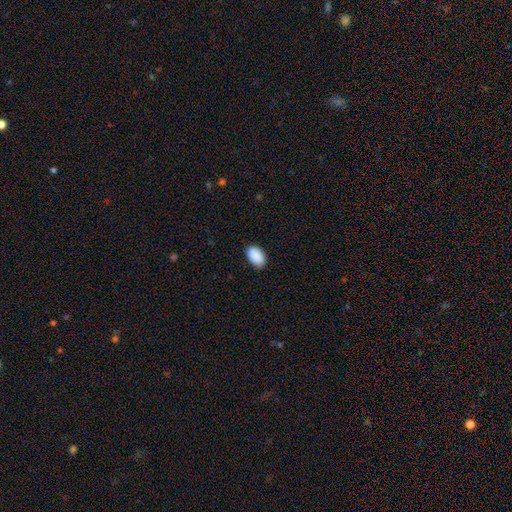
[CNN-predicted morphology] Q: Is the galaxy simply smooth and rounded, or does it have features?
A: smooth — 91%.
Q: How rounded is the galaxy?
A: in between — 93%.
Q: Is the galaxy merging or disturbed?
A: none — 84%.